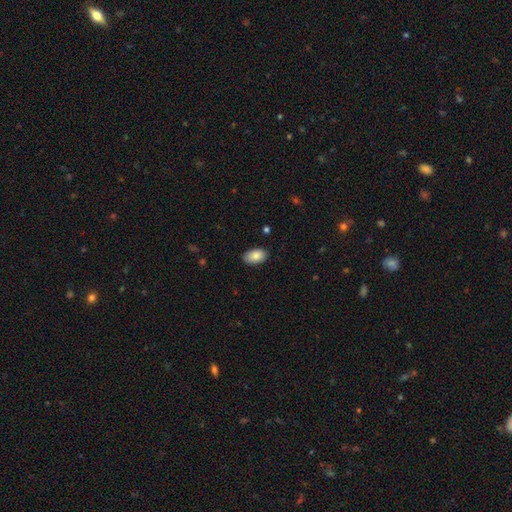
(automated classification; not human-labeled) smooth 86%, featured or disk 7%, star or artifact 7%. Down the decision tree: how rounded — in between (94%); merging — none (85%).